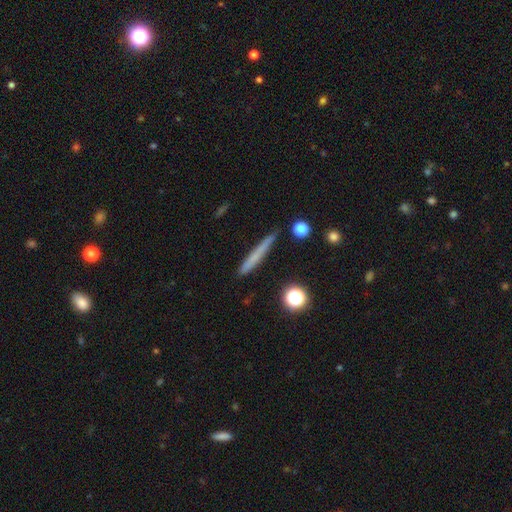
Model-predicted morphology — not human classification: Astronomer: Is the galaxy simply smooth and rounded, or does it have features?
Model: smooth — 60%.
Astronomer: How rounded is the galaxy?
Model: cigar-shaped — 95%.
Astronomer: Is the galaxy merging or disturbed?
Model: none — 86%.